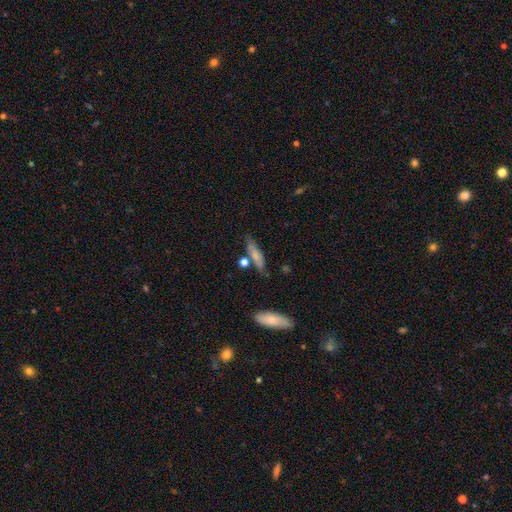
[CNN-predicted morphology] This appears to be a smooth galaxy with no disk features (67%) that is cigar-shaped (68%). Merging: none (69%).